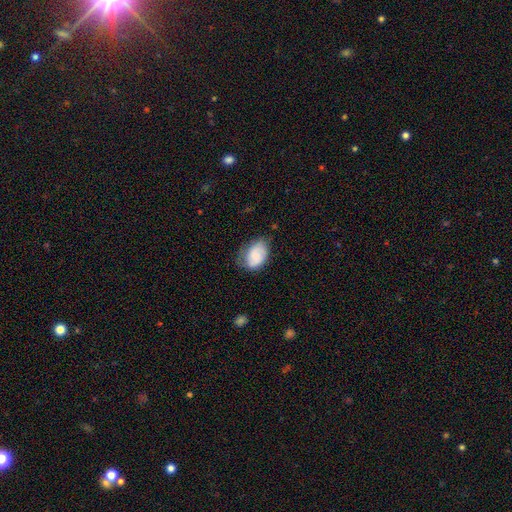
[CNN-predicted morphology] This is likely a smooth galaxy (73%). How rounded: clearly in between (82%). Merging: possibly none (54%).